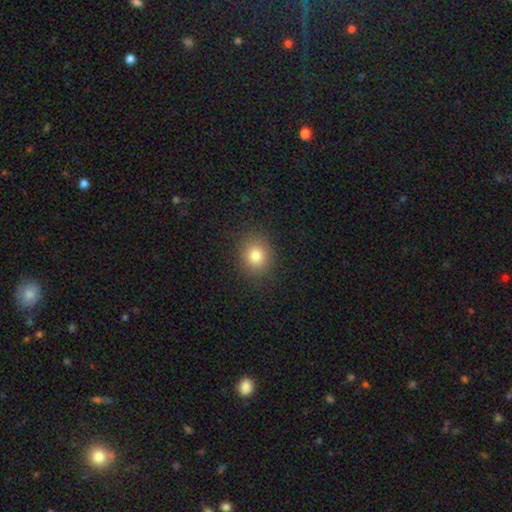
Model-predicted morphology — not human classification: This is clearly a smooth galaxy (81%). How rounded: likely round (74%). Merging: clearly none (88%).